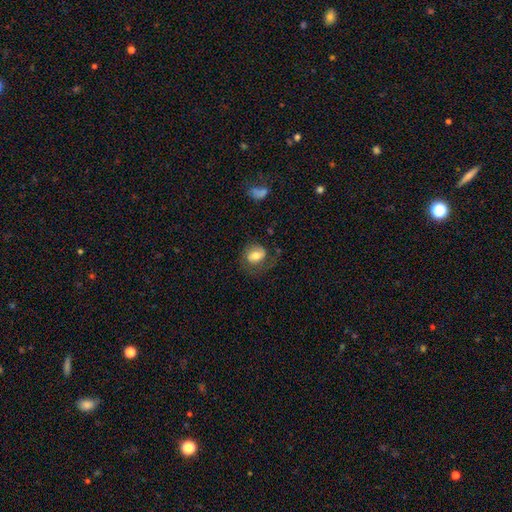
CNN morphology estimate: smooth-or-featured: smooth: 55% | featured or disk: 38% | star or artifact: 8%
  how-rounded: in between: 51% | round: 48% | cigar-shaped: 1%
  merging: none: 52% | major disturbance: 24% | minor disturbance: 22% | merger: 2%